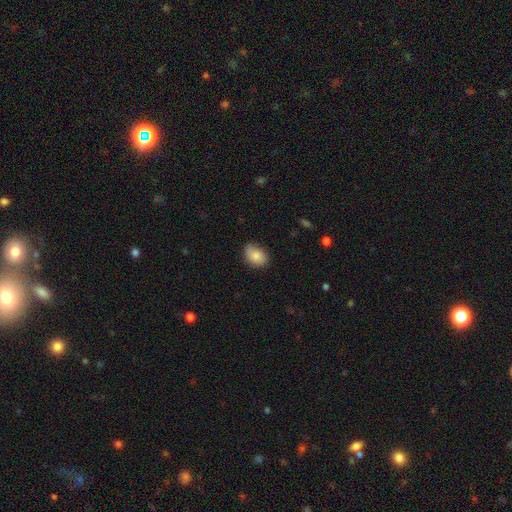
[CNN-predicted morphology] Overall: smooth (85%). How rounded: in between (74%). Merging: none (76%).